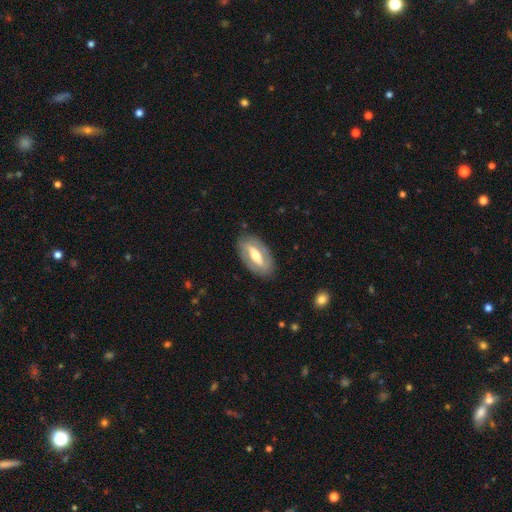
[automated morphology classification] smooth_or_featured: featured or disk (p=0.66) [alt: smooth p=0.29]
disk_edge_on: no (p=0.85) [alt: yes p=0.15]
bar: strong (p=0.52) [alt: weak p=0.30]
has_spiral_arms: yes (p=0.52) [alt: no p=0.48]
bulge_size: moderate (p=0.65) [alt: small p=0.19]
merging: none (p=0.83) [alt: minor disturbance p=0.11]